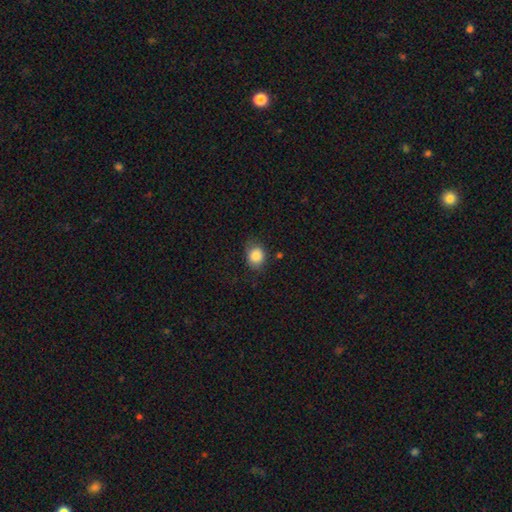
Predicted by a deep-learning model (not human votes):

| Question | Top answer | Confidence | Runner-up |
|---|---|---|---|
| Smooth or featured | smooth | 85% | star or artifact (9%) |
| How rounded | round | 55% | in between (45%) |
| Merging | none | 71% | minor disturbance (22%) |